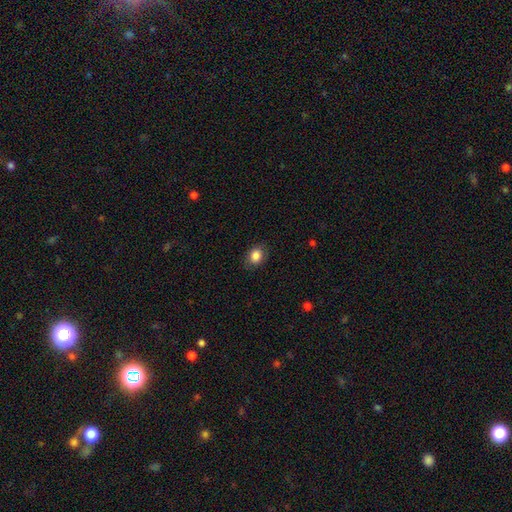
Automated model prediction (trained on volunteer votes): A smooth galaxy with no disk features (85%) that is in between round and cigar-shaped (57%).

Vote fractions:
- Smooth or featured? smooth: 85% / star or artifact: 9% / featured or disk: 6%
- How rounded? in between: 57% / round: 42% / cigar-shaped: 1%
- Merging? none: 84% / minor disturbance: 12% / major disturbance: 3% / merger: 1%